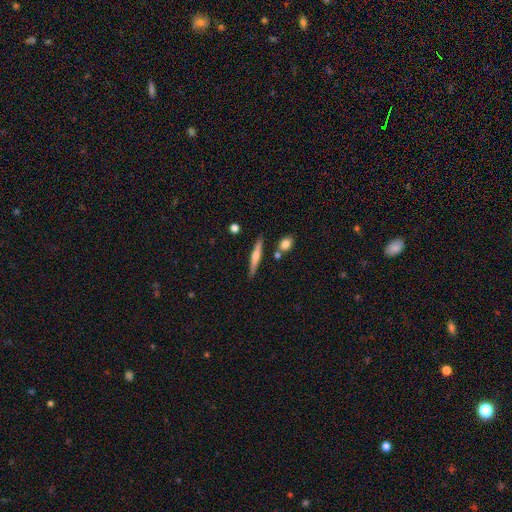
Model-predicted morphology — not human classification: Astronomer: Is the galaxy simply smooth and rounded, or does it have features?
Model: featured or disk — 48% (runner-up: smooth, 45%).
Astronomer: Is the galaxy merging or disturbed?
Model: none — 84%.